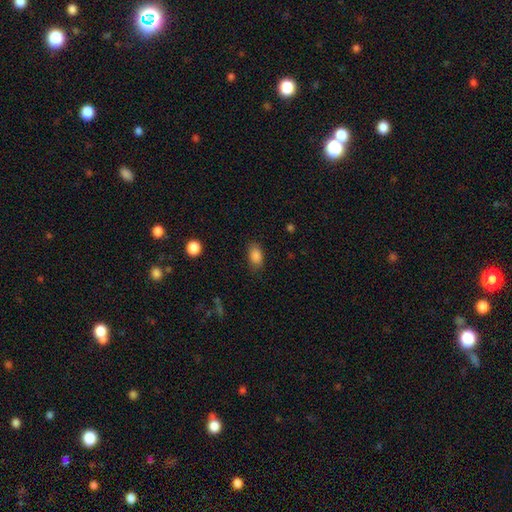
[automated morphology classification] Smooth or featured? Predicted: smooth (p=0.87). How rounded? Predicted: in between (p=0.89). Merging? Predicted: none (p=0.81).